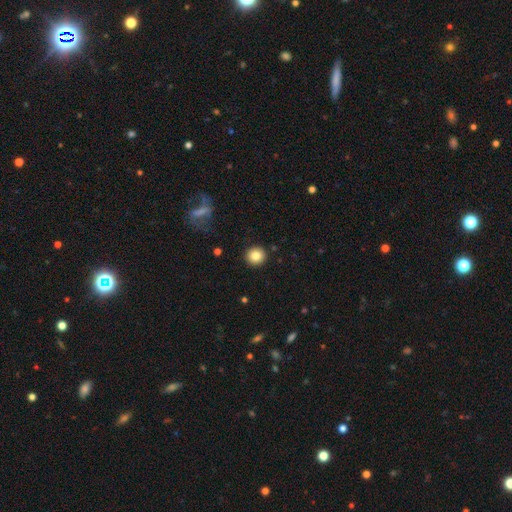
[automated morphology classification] This appears to be a smooth galaxy with no disk features (83%) that is round (92%). Merging: none (92%).